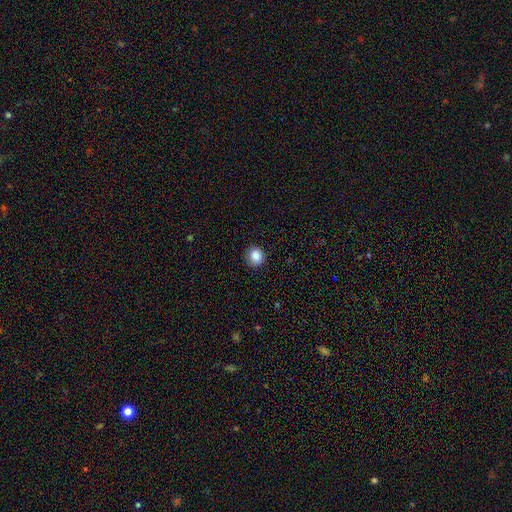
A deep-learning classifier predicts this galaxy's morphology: Q: Smooth or featured?
A: smooth (87%); runner-up: star or artifact (9%)
Q: How rounded?
A: round (88%); runner-up: in between (11%)
Q: Merging?
A: none (90%); runner-up: minor disturbance (8%)